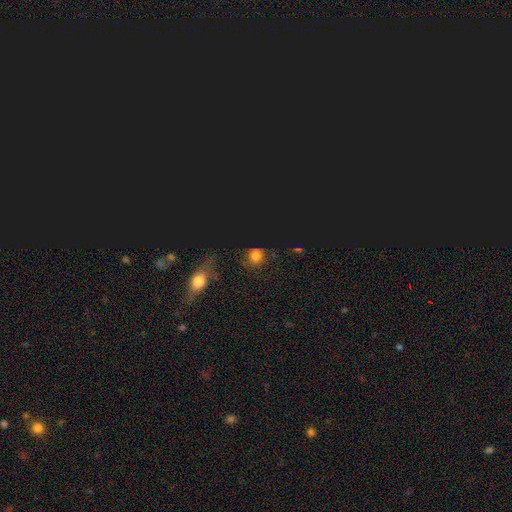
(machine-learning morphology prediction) Overall: smooth (63%; star or artifact 28%). How rounded: round (81%). Merging: none (67%).